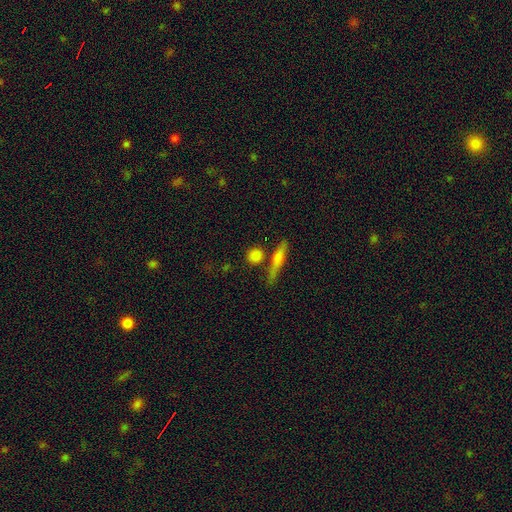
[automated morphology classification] Q: Smooth or featured?
A: smooth (79%); runner-up: featured or disk (12%)
Q: How rounded?
A: round (70%); runner-up: in between (15%)
Q: Merging?
A: none (73%); runner-up: merger (13%)